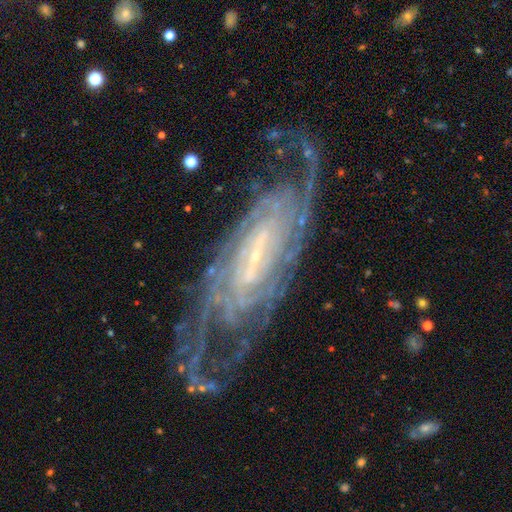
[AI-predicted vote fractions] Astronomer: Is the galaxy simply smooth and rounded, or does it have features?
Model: featured or disk — 89%.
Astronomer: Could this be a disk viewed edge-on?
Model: no — 92%.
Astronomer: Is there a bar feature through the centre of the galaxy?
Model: weak — 38% (runner-up: strong, 33%).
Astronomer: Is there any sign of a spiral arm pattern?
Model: yes — 97%.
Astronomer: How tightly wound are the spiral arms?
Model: tight — 63%.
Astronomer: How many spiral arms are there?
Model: can't tell — 31% (runner-up: 2, 22%).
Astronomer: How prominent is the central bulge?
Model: small — 75%.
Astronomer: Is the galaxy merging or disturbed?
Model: none — 71%.